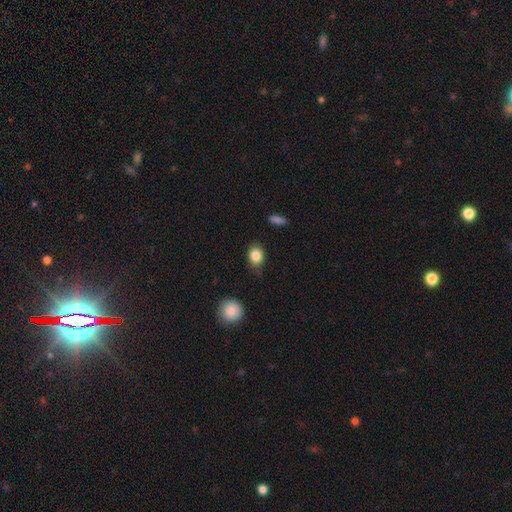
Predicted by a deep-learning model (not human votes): This appears to be a smooth galaxy with no disk features (84%) that is in between round and cigar-shaped (56%). Merging: none (70%).